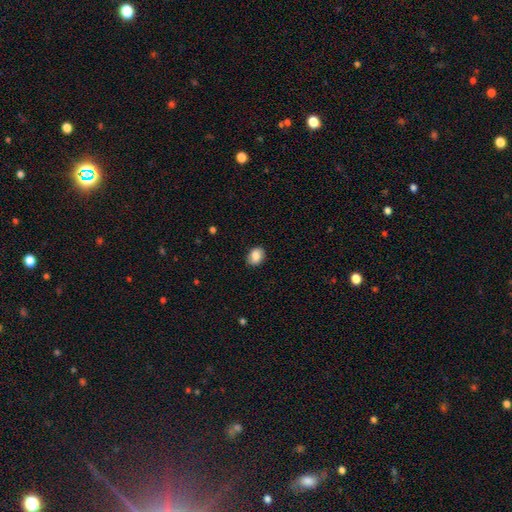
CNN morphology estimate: A smooth galaxy with no disk features (86%) that is in between round and cigar-shaped (65%).

Vote fractions:
- Smooth or featured? smooth: 86% / star or artifact: 7% / featured or disk: 7%
- How rounded? in between: 65% / round: 34% / cigar-shaped: 1%
- Merging? none: 84% / minor disturbance: 12% / major disturbance: 3% / merger: 1%